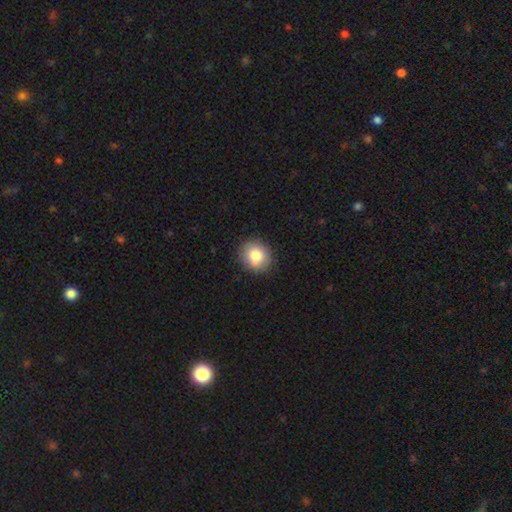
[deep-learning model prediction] smooth-or-featured: smooth: 81% | featured or disk: 10% | star or artifact: 9%
  how-rounded: round: 76% | in between: 23% | cigar-shaped: 1%
  merging: none: 86% | minor disturbance: 11% | major disturbance: 2% | merger: 2%